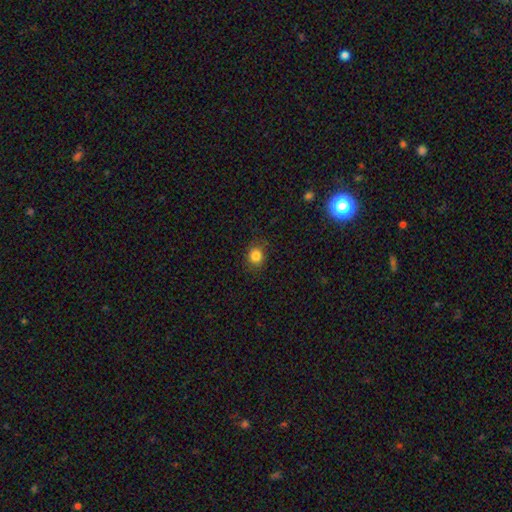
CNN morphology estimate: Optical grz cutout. It shows a smooth galaxy with no disk features (84%) that is round (76%). Merging: none (83%).